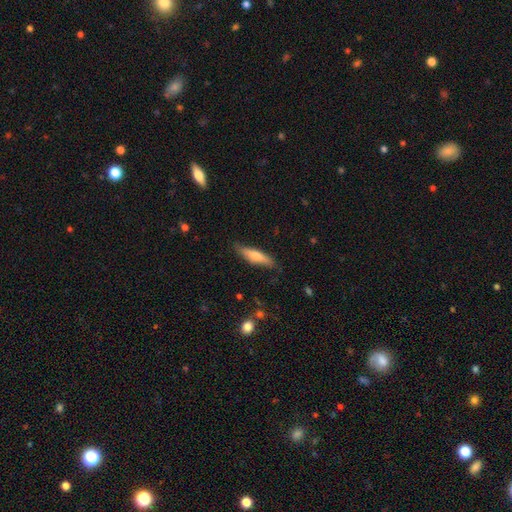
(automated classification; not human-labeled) Smooth or featured?
  - smooth: 60% *
  - featured or disk: 34%
  - star or artifact: 6%
How rounded?
  - cigar-shaped: 77% *
  - in between: 22%
  - round: 2%
Merging?
  - none: 82% *
  - minor disturbance: 14%
  - major disturbance: 2%
  - merger: 1%